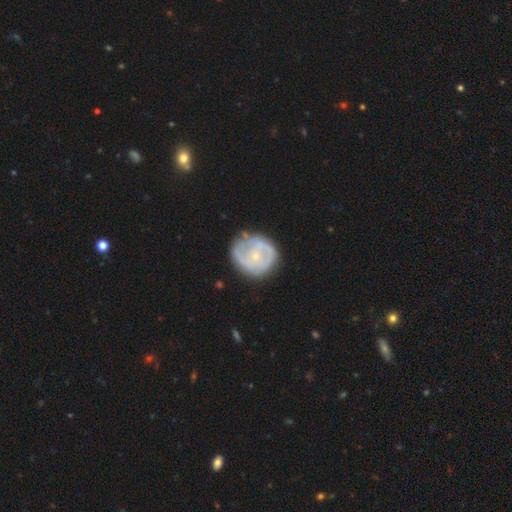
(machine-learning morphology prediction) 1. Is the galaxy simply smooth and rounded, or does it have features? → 64% featured or disk, 30% smooth, 6% star or artifact.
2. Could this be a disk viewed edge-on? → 97% no, 3% yes.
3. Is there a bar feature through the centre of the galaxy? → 76% no, 19% weak, 5% strong.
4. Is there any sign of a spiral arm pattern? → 60% yes, 40% no.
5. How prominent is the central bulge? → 76% small, 19% moderate, 3% none, 1% large, 1% dominant.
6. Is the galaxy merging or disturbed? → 66% none, 22% minor disturbance, 9% major disturbance, 2% merger.